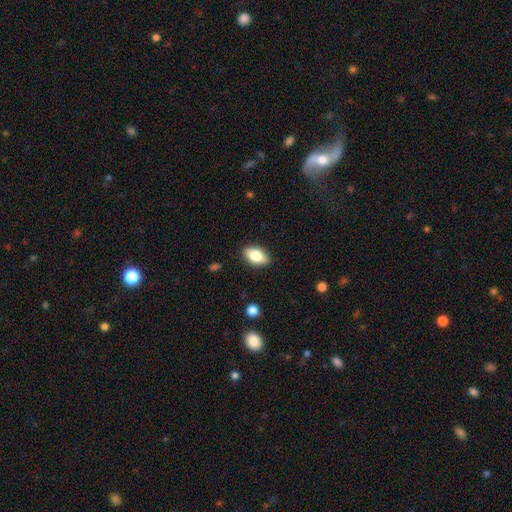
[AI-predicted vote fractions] This appears to be a smooth galaxy with no disk features (72%) that is in between round and cigar-shaped (87%). Merging: none (86%).